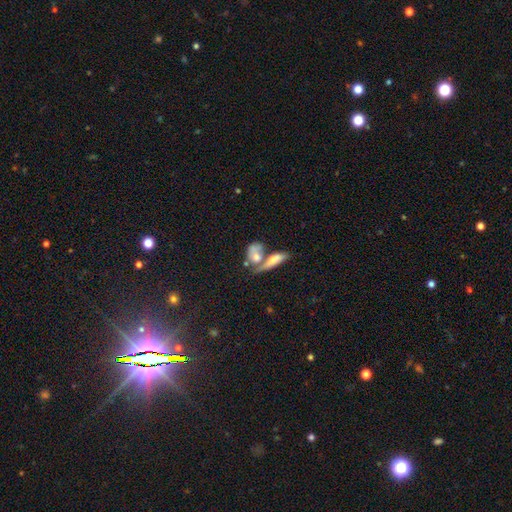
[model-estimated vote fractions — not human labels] This appears to be a smooth galaxy with no disk features (61%) that is in between round and cigar-shaped (71%). Merging: merger (59%).